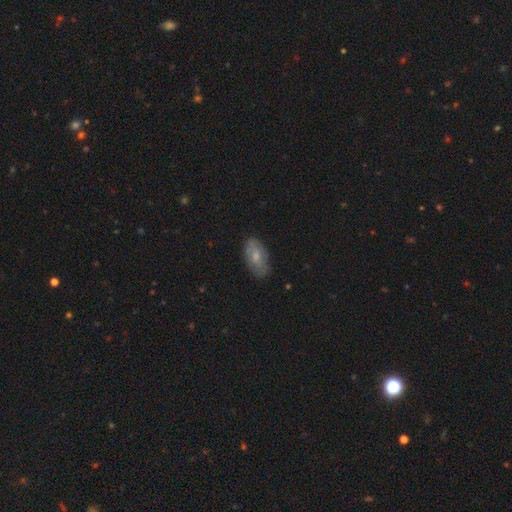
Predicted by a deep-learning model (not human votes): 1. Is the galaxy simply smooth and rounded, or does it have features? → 65% smooth, 29% featured or disk, 7% star or artifact.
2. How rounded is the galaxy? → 92% in between, 4% cigar-shaped, 4% round.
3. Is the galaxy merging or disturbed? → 77% none, 18% minor disturbance, 4% major disturbance, 1% merger.